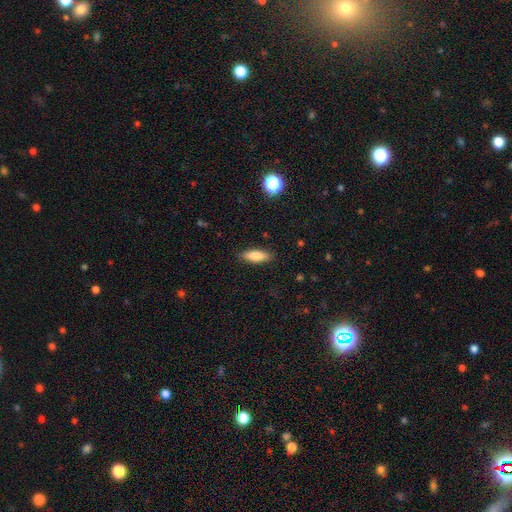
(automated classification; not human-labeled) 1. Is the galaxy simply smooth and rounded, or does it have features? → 80% smooth, 12% featured or disk, 7% star or artifact.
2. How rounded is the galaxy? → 59% in between, 39% cigar-shaped, 2% round.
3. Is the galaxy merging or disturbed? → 88% none, 9% minor disturbance, 2% major disturbance, 1% merger.